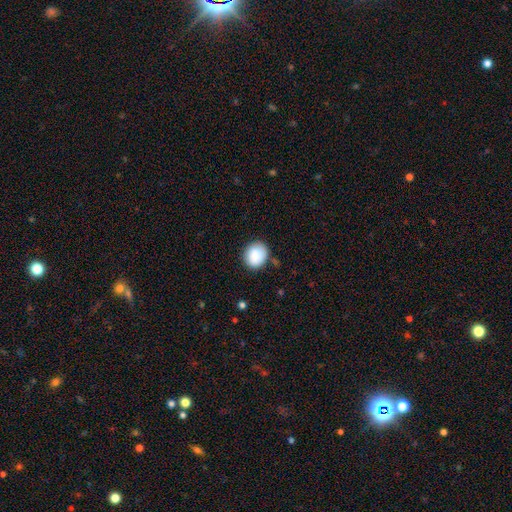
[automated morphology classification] type=smooth (88%); roundness=round (66%); merging=none (81%).